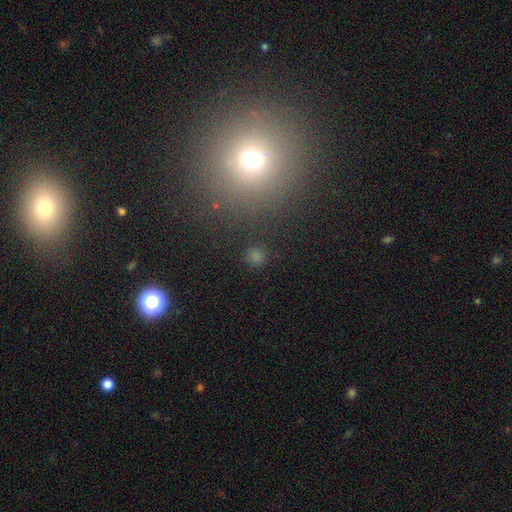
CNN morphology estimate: Smooth or featured?
  - smooth: 64% *
  - star or artifact: 30%
  - featured or disk: 7%
How rounded?
  - round: 90% *
  - in between: 9%
  - cigar-shaped: 1%
Merging?
  - none: 87% *
  - minor disturbance: 7%
  - major disturbance: 3%
  - merger: 3%